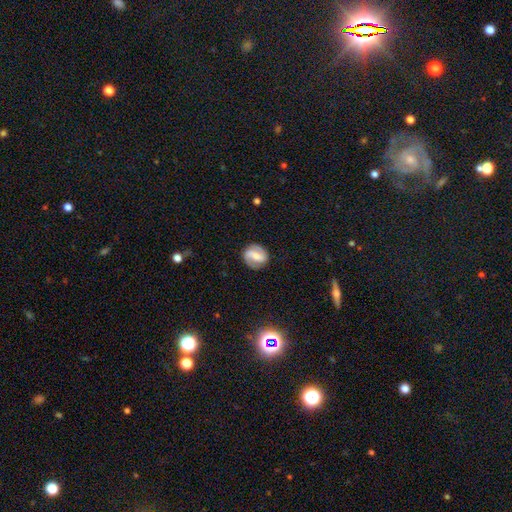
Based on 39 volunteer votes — smooth_or_featured: featured or disk (p=0.72) [alt: smooth p=0.21]
disk_edge_on: no (p=1.00)
bar: strong (p=0.43) [alt: weak p=0.36]
has_spiral_arms: yes (p=0.93) [alt: no p=0.07]
spiral_winding: medium (p=0.58) [alt: tight p=0.27]
spiral_arm_count: 2 (p=0.96) [alt: can't tell p=0.04]
bulge_size: moderate (p=0.50) [alt: small p=0.43]
merging: none (p=0.89) [alt: minor disturbance p=0.08]